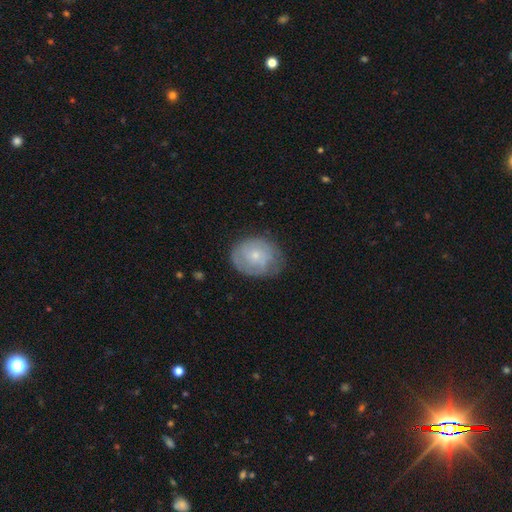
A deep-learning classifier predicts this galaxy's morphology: type=smooth (47%); merging=none (64%).